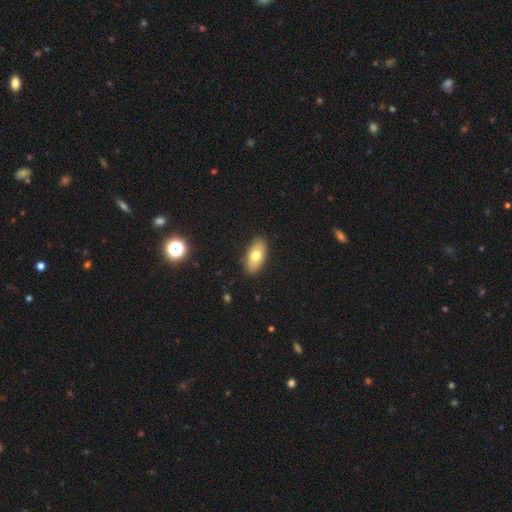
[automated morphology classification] Smooth or featured? smooth (72%)
How rounded? in between (91%)
Merging? none (88%)